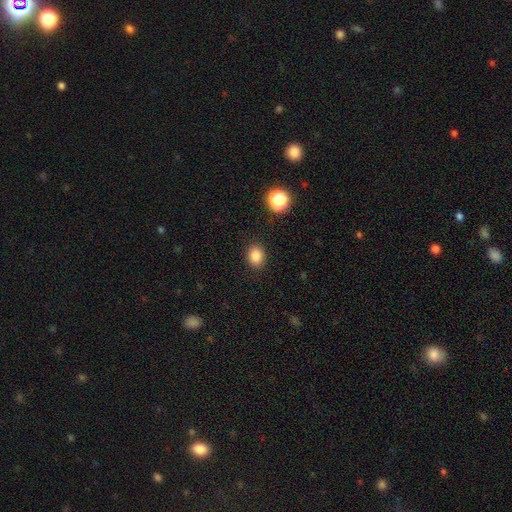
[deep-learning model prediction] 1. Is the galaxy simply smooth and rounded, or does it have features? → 84% smooth, 11% star or artifact, 5% featured or disk.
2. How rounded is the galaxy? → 51% round, 49% in between, 1% cigar-shaped.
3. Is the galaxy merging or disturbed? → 89% none, 7% minor disturbance, 2% major disturbance, 1% merger.